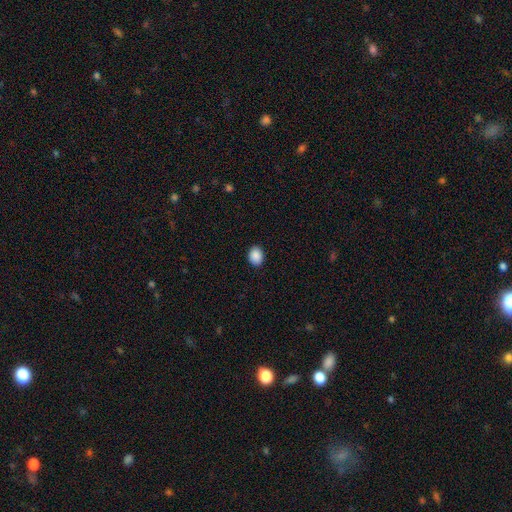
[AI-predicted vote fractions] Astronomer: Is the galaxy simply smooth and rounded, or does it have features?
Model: smooth — 89%.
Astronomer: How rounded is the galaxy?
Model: in between — 59% (runner-up: round, 40%).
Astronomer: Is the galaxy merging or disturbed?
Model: none — 90%.